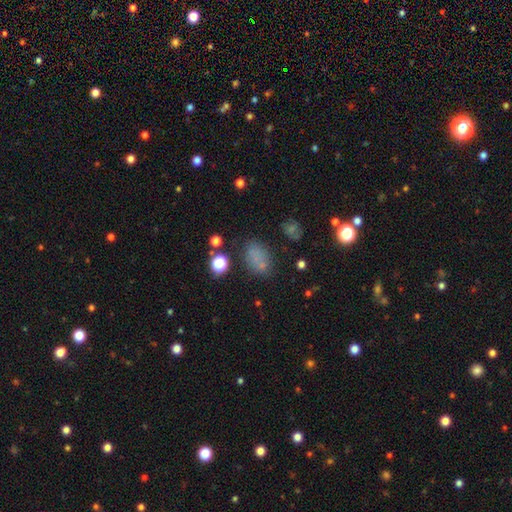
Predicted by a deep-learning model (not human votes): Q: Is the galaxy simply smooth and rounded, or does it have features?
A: smooth — 66%.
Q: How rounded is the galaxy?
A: in between — 78%.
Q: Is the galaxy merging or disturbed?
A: none — 62%.